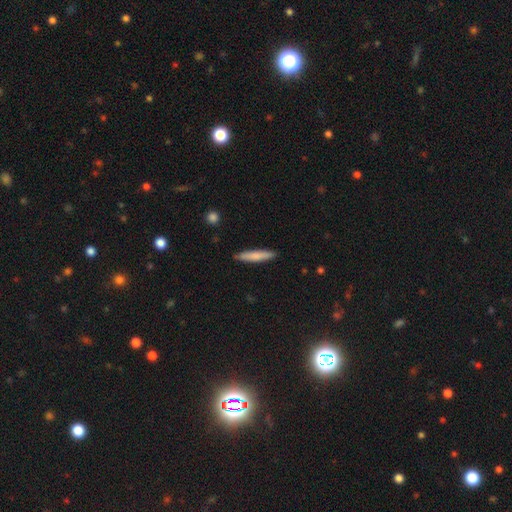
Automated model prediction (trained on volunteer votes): This appears to be a smooth galaxy with no disk features (78%) that is cigar-shaped (90%). Merging: none (88%).